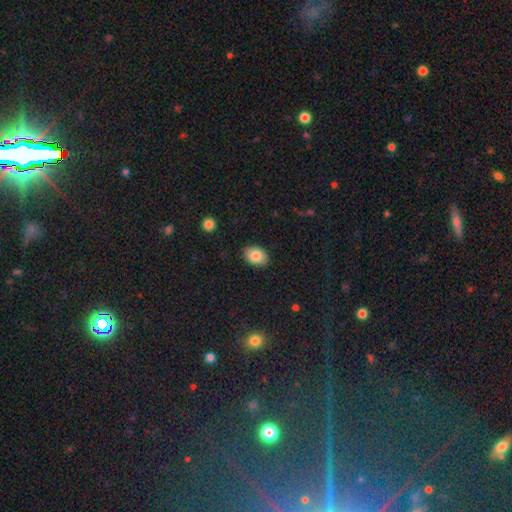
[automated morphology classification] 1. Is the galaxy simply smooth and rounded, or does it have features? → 84% smooth, 8% featured or disk, 8% star or artifact.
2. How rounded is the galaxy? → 79% in between, 20% round, 1% cigar-shaped.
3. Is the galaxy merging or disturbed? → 87% none, 9% minor disturbance, 2% major disturbance, 1% merger.